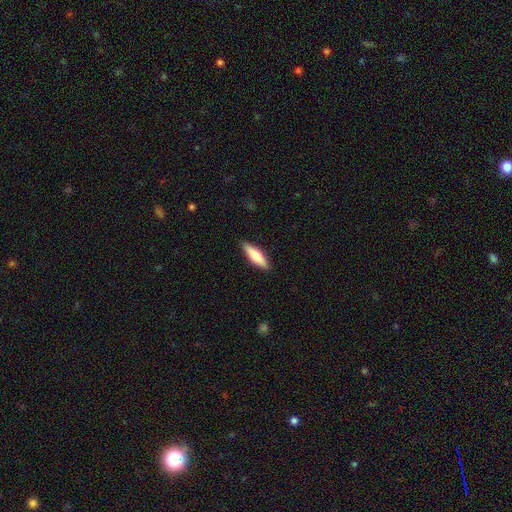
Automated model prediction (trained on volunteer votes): Smooth or featured? Predicted: smooth (p=0.69). How rounded? Predicted: cigar-shaped (p=0.61). Merging? Predicted: none (p=0.89).